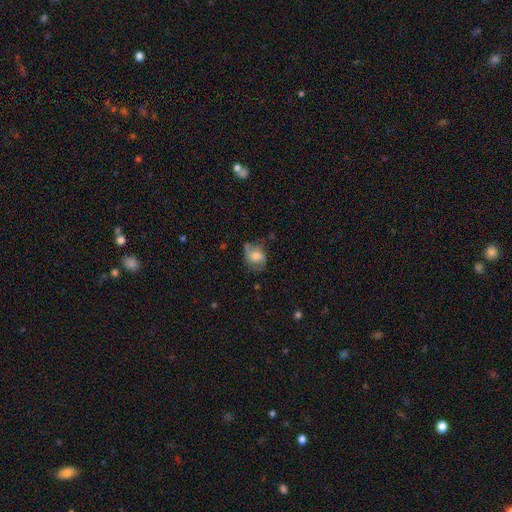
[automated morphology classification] type=featured or disk (50%); edge-on=no (96%); merging=none (60%).